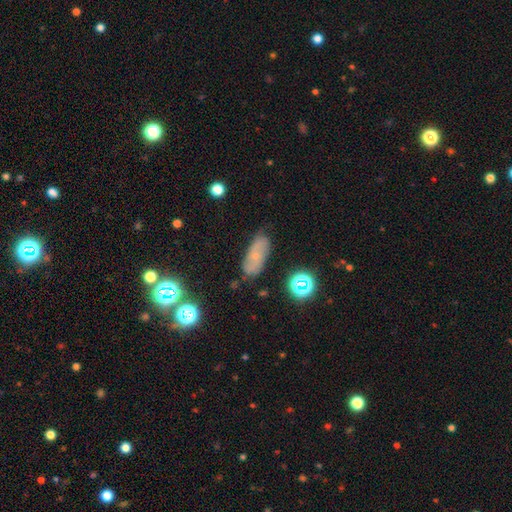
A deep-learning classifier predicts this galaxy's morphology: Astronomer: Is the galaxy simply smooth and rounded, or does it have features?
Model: smooth — 50% (runner-up: featured or disk, 36%).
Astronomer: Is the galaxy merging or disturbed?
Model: none — 75%.